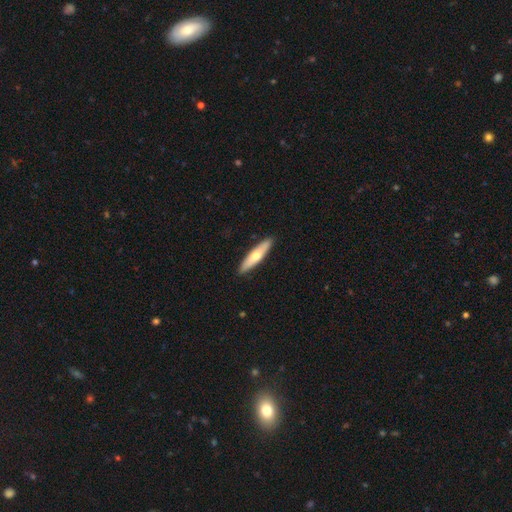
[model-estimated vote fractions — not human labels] Smooth or featured? smooth (60%)
How rounded? cigar-shaped (76%)
Merging? none (90%)